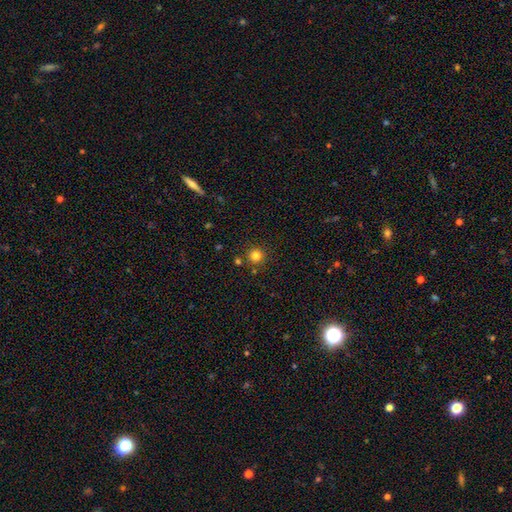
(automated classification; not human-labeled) Q: Smooth or featured?
A: smooth (81%); runner-up: star or artifact (13%)
Q: How rounded?
A: round (95%); runner-up: in between (4%)
Q: Merging?
A: none (86%); runner-up: minor disturbance (6%)